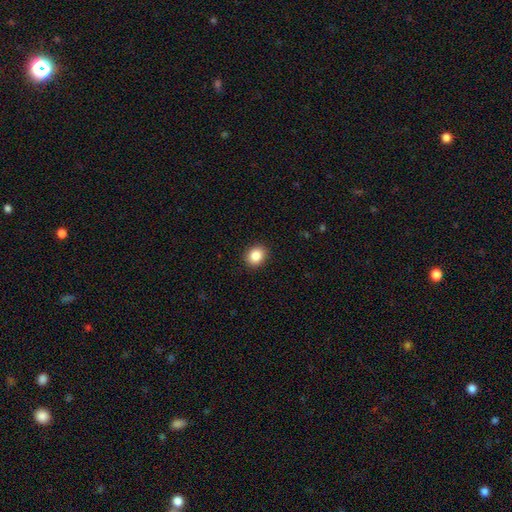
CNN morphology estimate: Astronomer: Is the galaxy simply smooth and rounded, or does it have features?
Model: smooth — 85%.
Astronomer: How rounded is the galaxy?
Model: round — 70%.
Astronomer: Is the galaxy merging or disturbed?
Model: none — 91%.